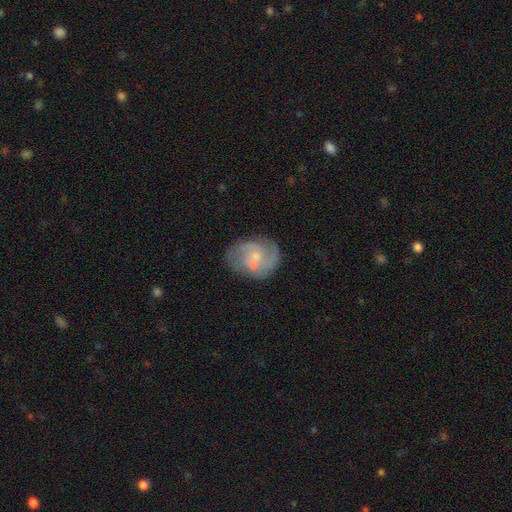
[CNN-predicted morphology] This is likely a featured or disk galaxy (71%). It is clearly not viewed edge-on (98%). Bar: likely no (66%). Spiral arm pattern: clearly yes (84%). Spiral arm count: possibly 2 (58%). Spiral winding: possibly medium (47%). Central bulge: likely small (61%). Merging: possibly none (54%).